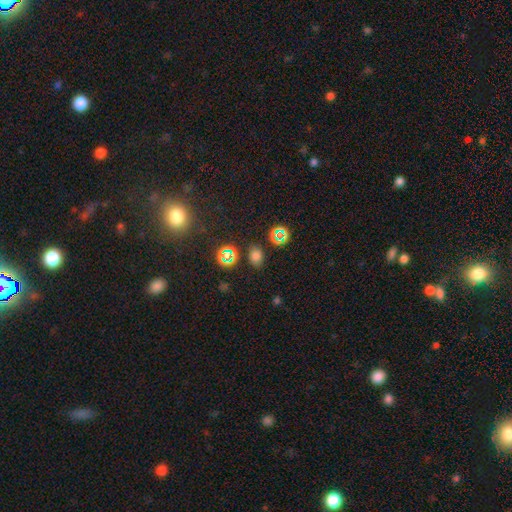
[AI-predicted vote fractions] A smooth galaxy with no disk features (63%) that is in between round and cigar-shaped (65%).

Vote fractions:
- Smooth or featured? smooth: 63% / star or artifact: 29% / featured or disk: 7%
- How rounded? in between: 65% / round: 33% / cigar-shaped: 2%
- Merging? none: 82% / minor disturbance: 11% / major disturbance: 4% / merger: 3%